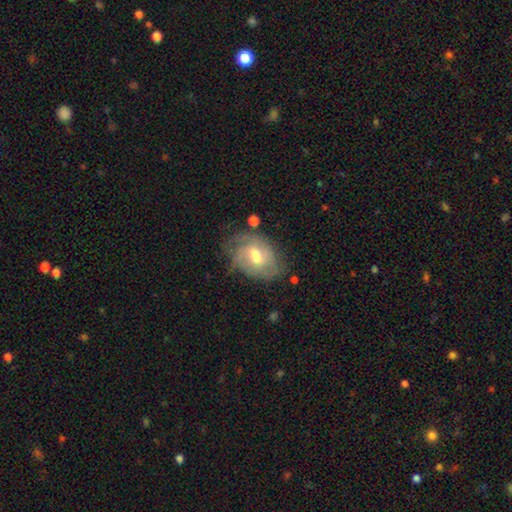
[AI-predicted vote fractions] A featured or disk galaxy (72%) with a weak bar (54%), 2 (37%) tight (50%) spiral arms (88%) and a moderate central bulge (73%). Merging: none (64%).